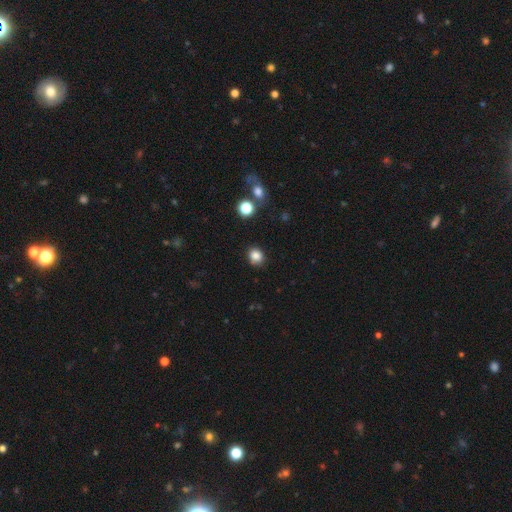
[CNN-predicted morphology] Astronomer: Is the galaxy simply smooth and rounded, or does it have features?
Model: smooth — 84%.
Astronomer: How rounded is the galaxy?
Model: round — 67%.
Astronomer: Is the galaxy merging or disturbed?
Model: none — 84%.